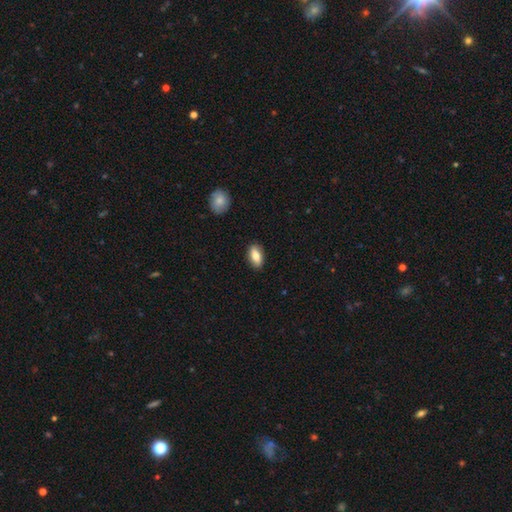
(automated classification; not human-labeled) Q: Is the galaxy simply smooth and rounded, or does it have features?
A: smooth — 79%.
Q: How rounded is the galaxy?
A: in between — 88%.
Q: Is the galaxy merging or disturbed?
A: none — 88%.